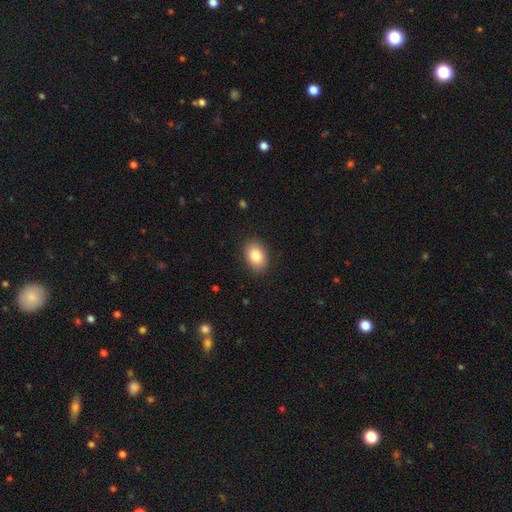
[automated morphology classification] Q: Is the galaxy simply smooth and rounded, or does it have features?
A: smooth — 85%.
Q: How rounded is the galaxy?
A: in between — 81%.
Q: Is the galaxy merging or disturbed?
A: none — 88%.